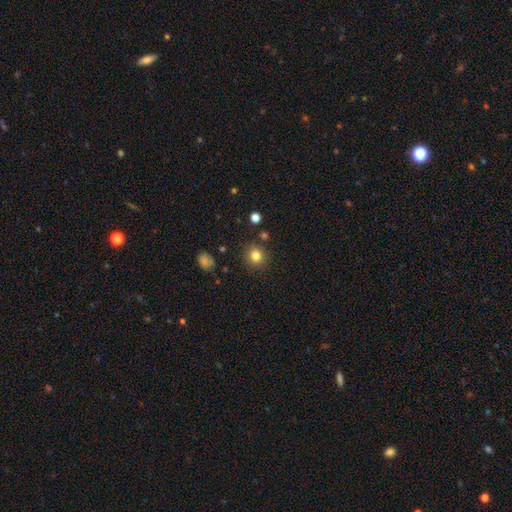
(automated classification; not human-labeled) A smooth galaxy with no disk features (80%) that is round (89%). Merging: none (86%).